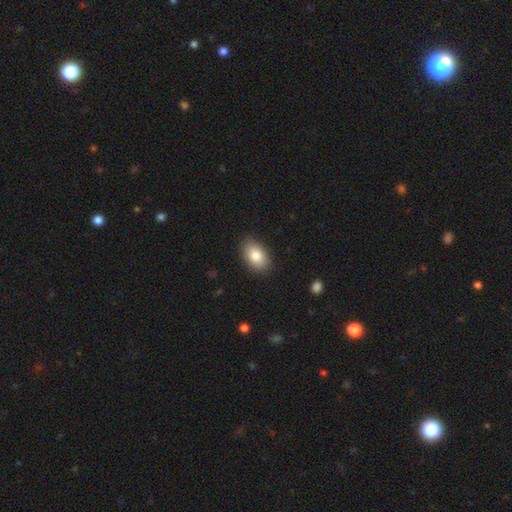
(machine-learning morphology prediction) type=smooth (84%); roundness=in between (90%); merging=none (87%).